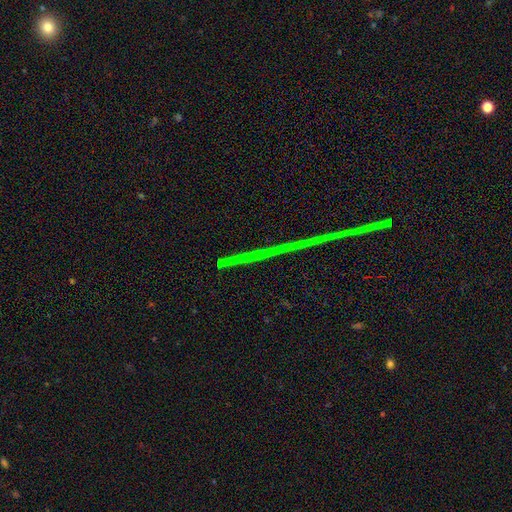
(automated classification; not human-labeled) smooth_or_featured: star or artifact (p=0.81) [alt: featured or disk p=0.12]